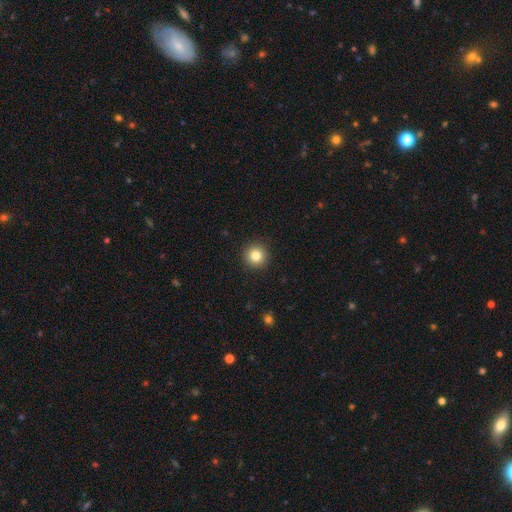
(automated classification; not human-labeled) Overall: smooth (82%). How rounded: round (95%). Merging: none (93%).